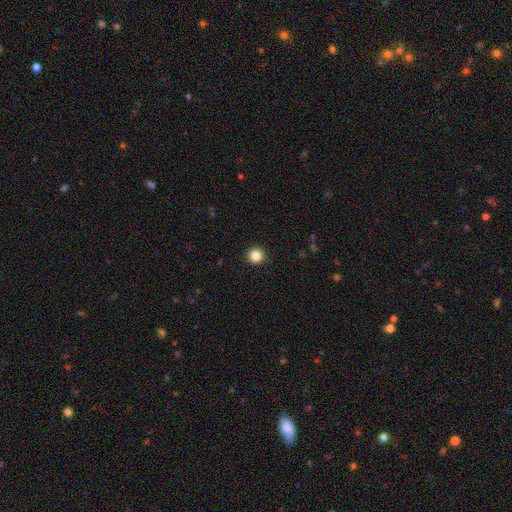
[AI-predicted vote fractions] smooth 85%, star or artifact 11%, featured or disk 4%. Down the decision tree: how rounded — round (96%); merging — none (94%).